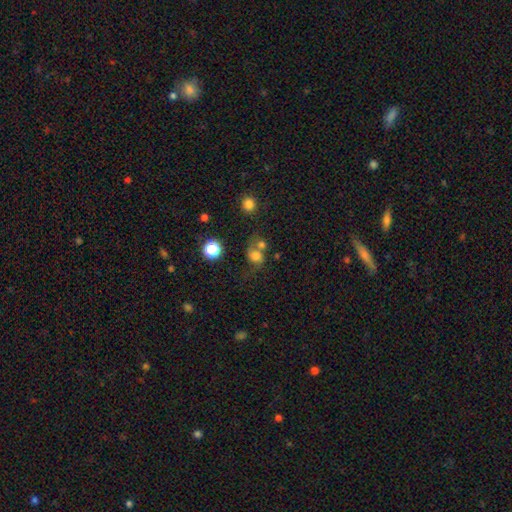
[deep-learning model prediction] Smooth or featured? Predicted: smooth (p=0.70). How rounded? Predicted: round (p=0.68). Merging? Predicted: none (p=0.38).